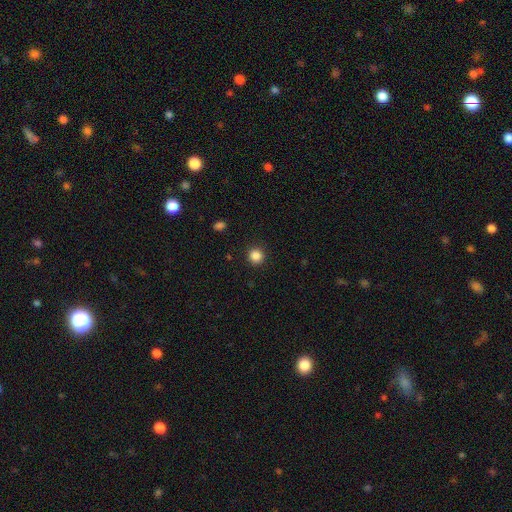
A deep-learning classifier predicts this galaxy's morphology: type=smooth (86%); roundness=round (94%); merging=none (92%).